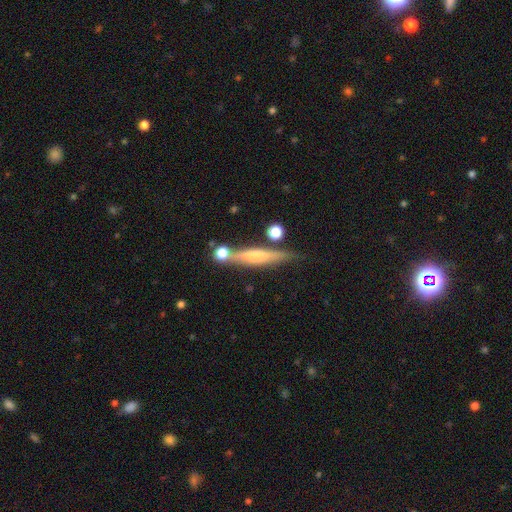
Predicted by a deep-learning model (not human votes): smooth-or-featured: featured or disk: 55% | smooth: 37% | star or artifact: 8%
  disk-edge-on: yes: 92% | no: 8%
    edge-on-bulge: rounded: 54% | none: 28% | boxy: 18%
  merging: none: 72% | minor disturbance: 14% | merger: 10% | major disturbance: 4%